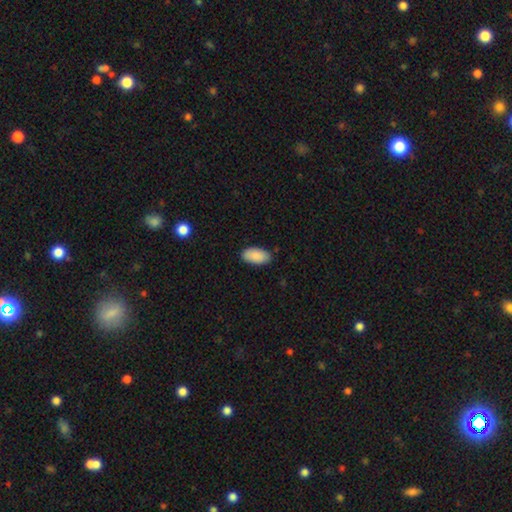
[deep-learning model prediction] smooth-or-featured: smooth: 90% | star or artifact: 6% | featured or disk: 4%
  how-rounded: in between: 94% | cigar-shaped: 4% | round: 2%
  merging: none: 87% | minor disturbance: 10% | major disturbance: 2% | merger: 1%